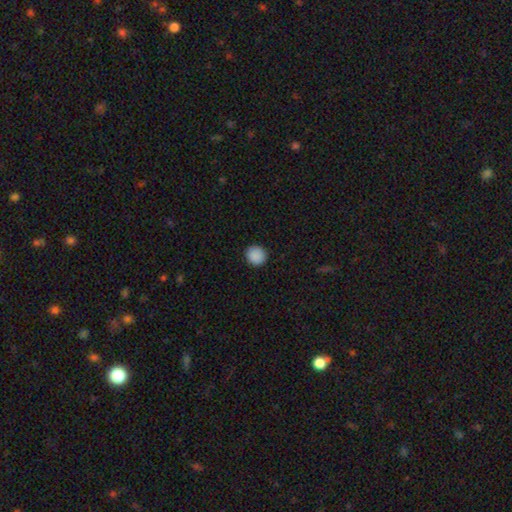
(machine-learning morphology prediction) type=smooth (89%); roundness=round (92%); merging=none (92%).